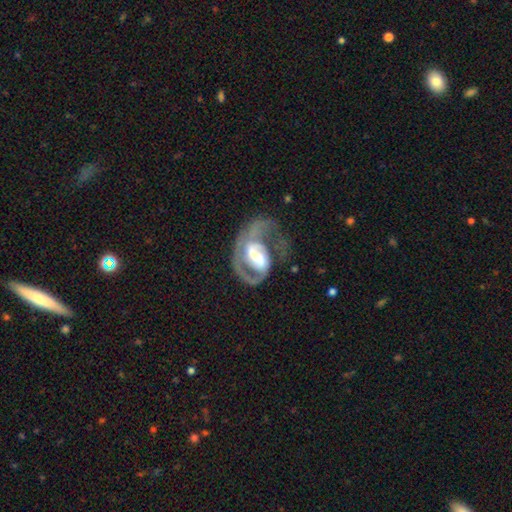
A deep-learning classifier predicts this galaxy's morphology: Overall: featured or disk (82%). Edge-on disk: no (97%). Bar: weak (41%; strong 33%). Spiral arms: yes (88%). Spiral arm count: 2 (45%; 1 41%). Spiral winding: medium (45%; tight 34%). Bulge size: large (35%; moderate 29%). Merging: major disturbance (43%; none 33%).